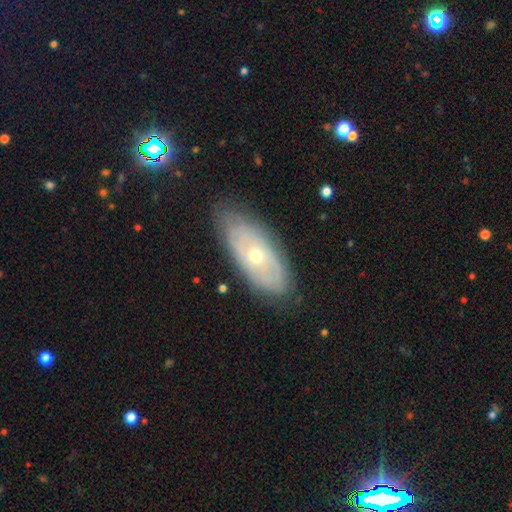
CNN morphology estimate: A featured or disk galaxy (65%) with no bar (87%), spiral arms (54%) and a small central bulge (49%).

Vote fractions:
- Smooth or featured? featured or disk: 65% / smooth: 28% / star or artifact: 7%
- Edge-on disk? no: 86% / yes: 14%
- Bar? no: 87% / weak: 10% / strong: 3%
- Spiral arms? yes: 54% / no: 46%
- Bulge size? small: 49% / moderate: 48% / large: 2% / dominant: 1% / none: 1%
- Merging? none: 76% / minor disturbance: 18% / major disturbance: 4% / merger: 1%